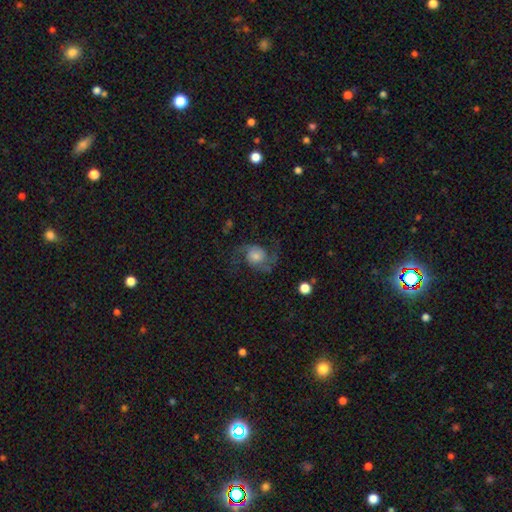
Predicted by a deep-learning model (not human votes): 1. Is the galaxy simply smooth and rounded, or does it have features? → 82% featured or disk, 10% smooth, 8% star or artifact.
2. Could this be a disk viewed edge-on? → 98% no, 2% yes.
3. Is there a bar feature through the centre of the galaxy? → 67% no, 28% weak, 5% strong.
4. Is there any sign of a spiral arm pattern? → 97% yes, 3% no.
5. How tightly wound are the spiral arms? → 51% medium, 37% loose, 12% tight.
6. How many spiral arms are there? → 93% 2, 2% can't tell, 2% 1, 1% 3, 1% 4, 1% more than 4.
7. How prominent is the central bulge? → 48% moderate, 27% small, 16% large, 6% none, 3% dominant.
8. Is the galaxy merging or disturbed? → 75% none, 14% minor disturbance, 10% major disturbance, 1% merger.